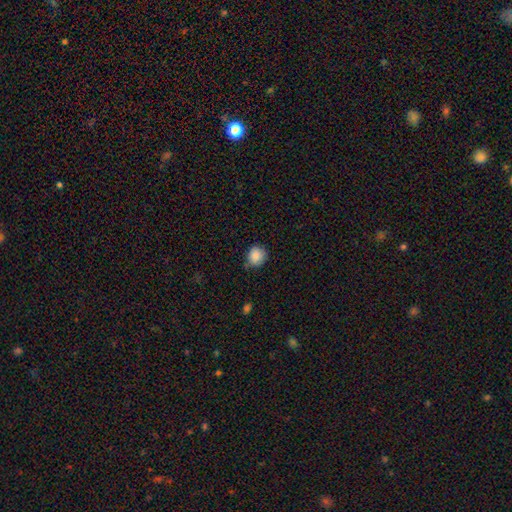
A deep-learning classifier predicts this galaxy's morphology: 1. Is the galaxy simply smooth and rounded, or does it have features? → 88% smooth, 9% star or artifact, 4% featured or disk.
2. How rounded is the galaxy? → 83% round, 16% in between, 1% cigar-shaped.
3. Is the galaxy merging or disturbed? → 77% none, 18% minor disturbance, 3% major disturbance, 3% merger.